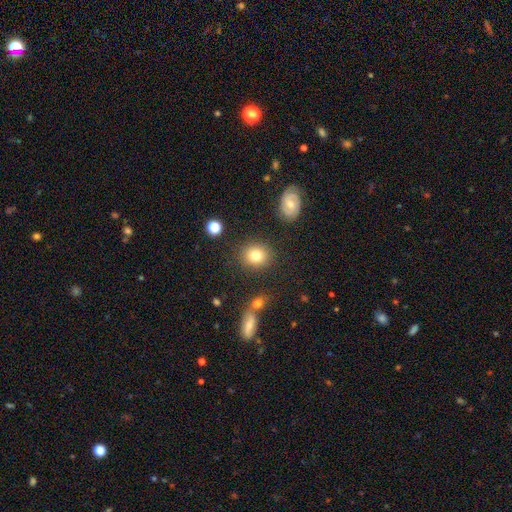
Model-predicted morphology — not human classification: This is likely a smooth galaxy (78%). How rounded: clearly round (82%). Merging: clearly none (85%).